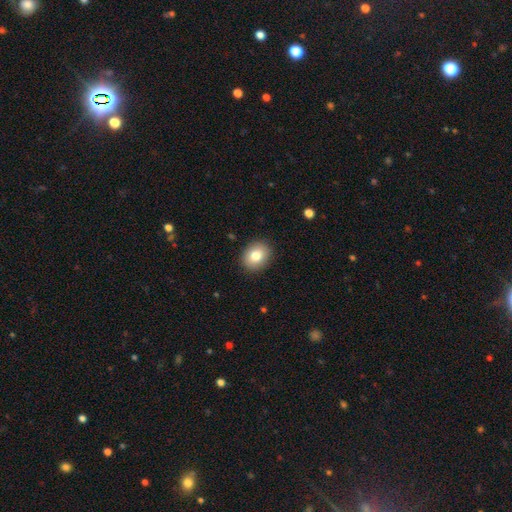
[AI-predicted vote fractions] Overall: smooth (82%). How rounded: in between (51%; round 48%). Merging: none (89%).